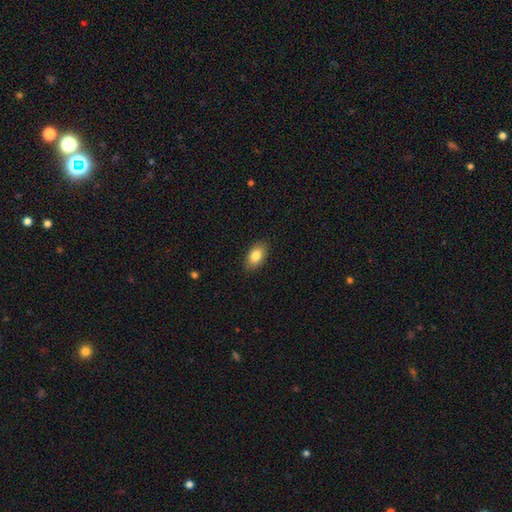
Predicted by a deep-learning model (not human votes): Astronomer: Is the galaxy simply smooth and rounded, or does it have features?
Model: smooth — 84%.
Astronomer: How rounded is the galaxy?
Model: in between — 92%.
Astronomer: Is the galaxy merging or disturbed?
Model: none — 88%.